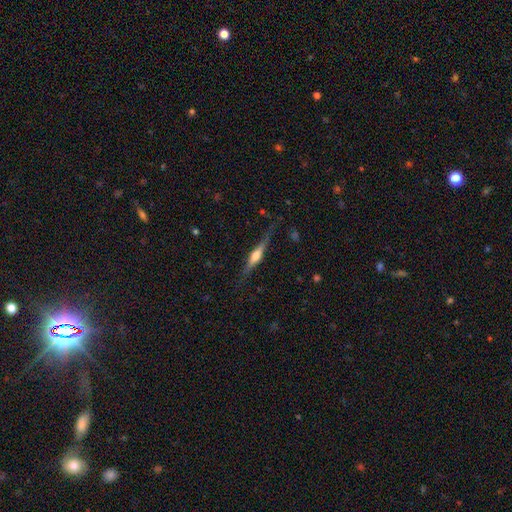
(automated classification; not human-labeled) This is likely a featured or disk galaxy (71%). It is clearly viewed edge-on (97%). Edge-on bulge: clearly rounded (89%). Merging: likely none (80%).